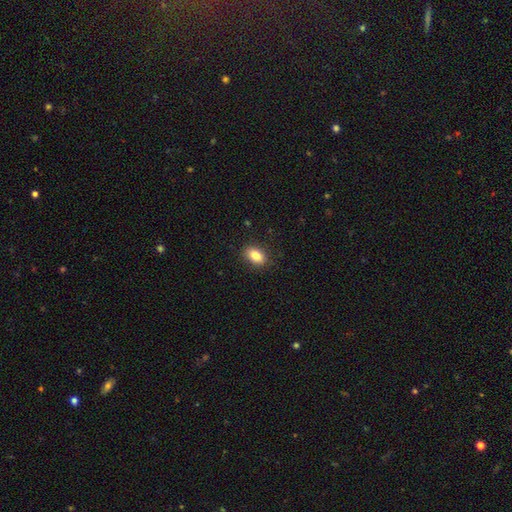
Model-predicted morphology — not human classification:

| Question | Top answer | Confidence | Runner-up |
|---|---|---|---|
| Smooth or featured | smooth | 84% | star or artifact (9%) |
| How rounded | in between | 85% | round (14%) |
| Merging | none | 88% | minor disturbance (9%) |